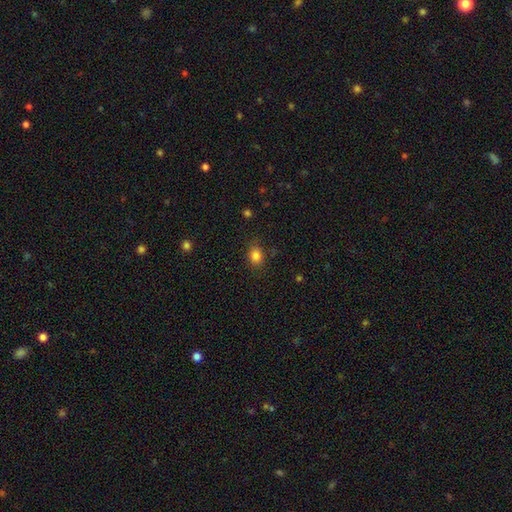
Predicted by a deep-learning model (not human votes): The model was most divided on "how rounded": round: 55%, in between: 44%, cigar-shaped: 1%. More confident: smooth or featured — smooth (83%); merging — none (81%).